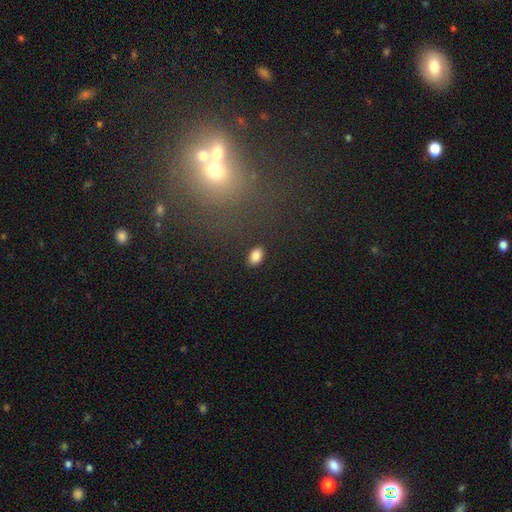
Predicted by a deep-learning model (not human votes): smooth_or_featured: smooth (p=0.85) [alt: star or artifact p=0.10]
how_rounded: in between (p=0.88) [alt: round p=0.11]
merging: none (p=0.88) [alt: minor disturbance p=0.08]